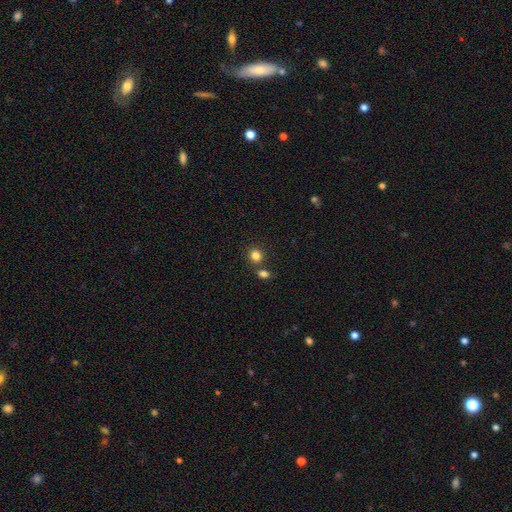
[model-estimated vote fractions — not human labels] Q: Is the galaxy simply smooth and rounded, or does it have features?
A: smooth — 83%.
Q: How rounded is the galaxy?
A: round — 81%.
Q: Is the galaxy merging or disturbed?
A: none — 71%.